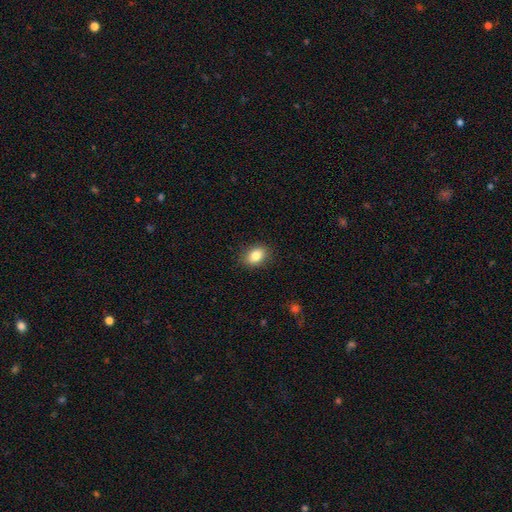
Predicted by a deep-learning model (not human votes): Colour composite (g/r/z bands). It shows a smooth galaxy with no disk features (84%) that is in between round and cigar-shaped (72%). Merging: none (87%).